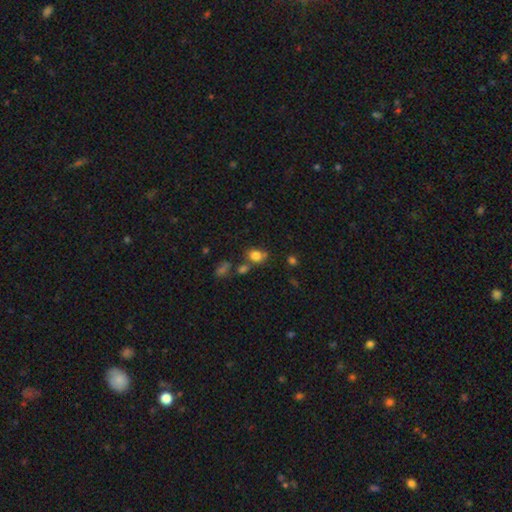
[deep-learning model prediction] Smooth or featured? Predicted: smooth (p=0.80). How rounded? Predicted: in between (p=0.56). Merging? Predicted: none (p=0.59).